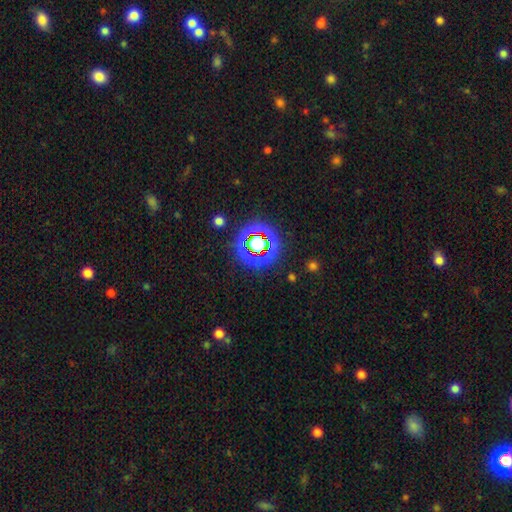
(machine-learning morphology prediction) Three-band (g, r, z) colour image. It shows a star or artifact, not a galaxy (77%).